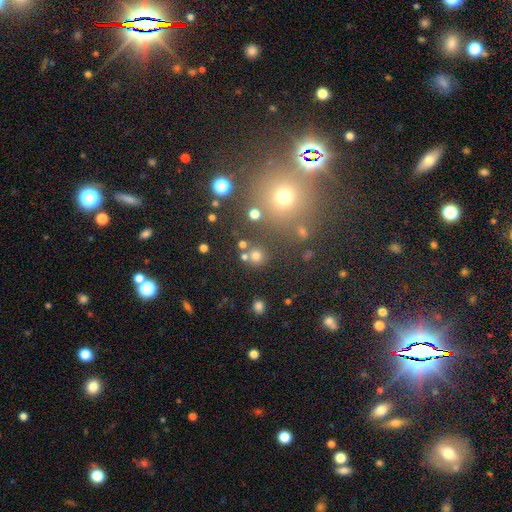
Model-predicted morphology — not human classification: Smooth or featured?
  - smooth: 71% *
  - star or artifact: 22%
  - featured or disk: 8%
How rounded?
  - round: 92% *
  - in between: 7%
  - cigar-shaped: 1%
Merging?
  - none: 77% *
  - merger: 11%
  - minor disturbance: 8%
  - major disturbance: 4%